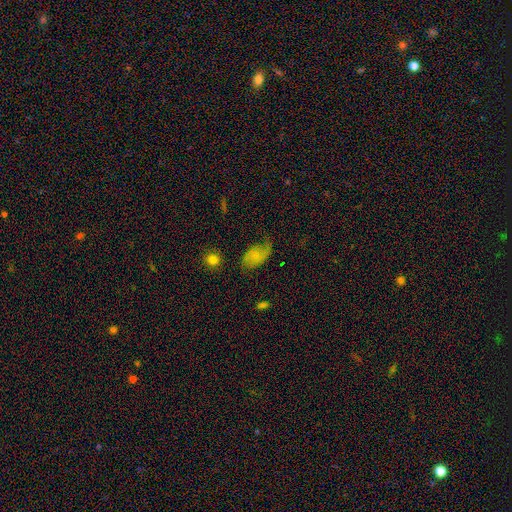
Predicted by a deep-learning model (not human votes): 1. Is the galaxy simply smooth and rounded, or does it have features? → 51% smooth, 39% featured or disk, 10% star or artifact.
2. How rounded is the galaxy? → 91% in between, 8% round, 2% cigar-shaped.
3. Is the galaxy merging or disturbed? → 51% none, 30% minor disturbance, 17% major disturbance, 2% merger.